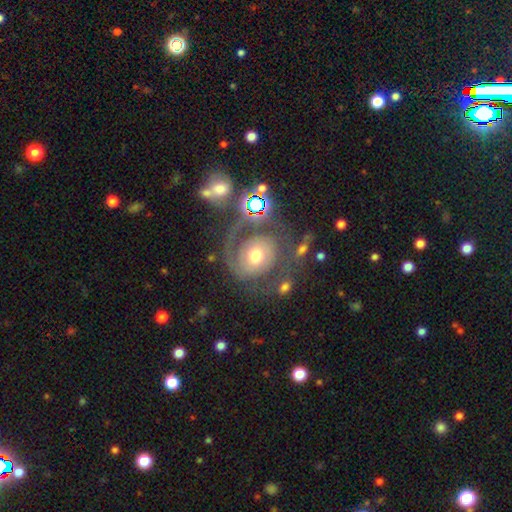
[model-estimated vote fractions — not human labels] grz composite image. It shows a featured or disk galaxy (70%) with no bar (74%), 2 (46%) tight (50%) spiral arms (83%) and a moderate central bulge (65%). Merging: none (50%).